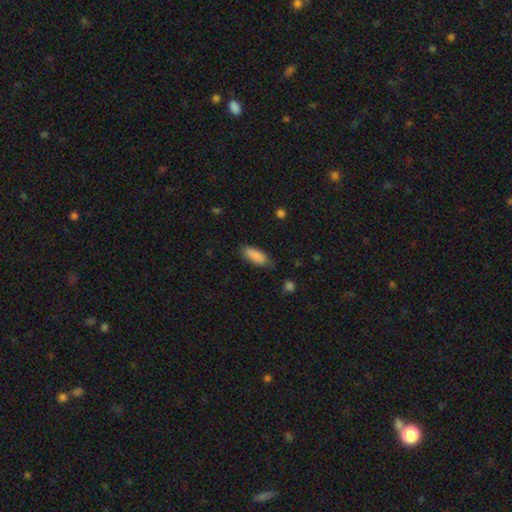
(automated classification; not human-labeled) smooth_or_featured: smooth (p=0.88) [alt: star or artifact p=0.06]
how_rounded: in between (p=0.79) [alt: cigar-shaped p=0.19]
merging: none (p=0.75) [alt: minor disturbance p=0.19]